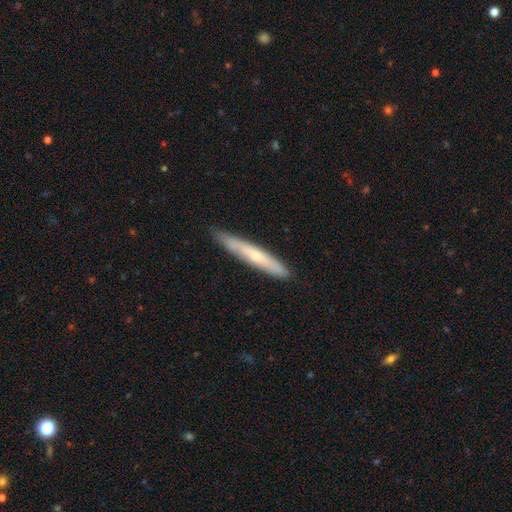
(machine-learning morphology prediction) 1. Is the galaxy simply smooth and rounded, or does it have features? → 50% smooth, 44% featured or disk, 6% star or artifact.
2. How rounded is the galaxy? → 94% cigar-shaped, 4% in between, 1% round.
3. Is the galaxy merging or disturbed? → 85% none, 12% minor disturbance, 2% major disturbance, 1% merger.